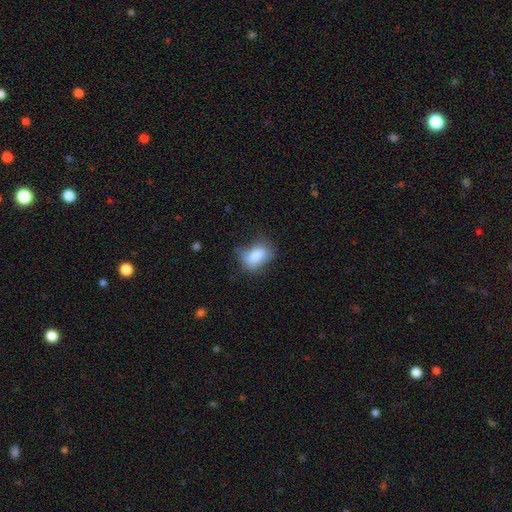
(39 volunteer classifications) Smooth or featured? 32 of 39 (82%) said smooth. How rounded? 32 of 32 (100%) said in between. Merging? 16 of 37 (43%, tied with minor disturbance) said none.